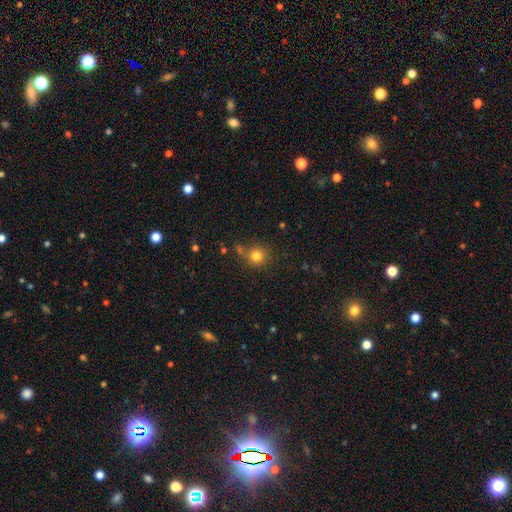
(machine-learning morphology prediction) This appears to be a smooth galaxy with no disk features (80%) that is round (89%). Merging: none (70%).